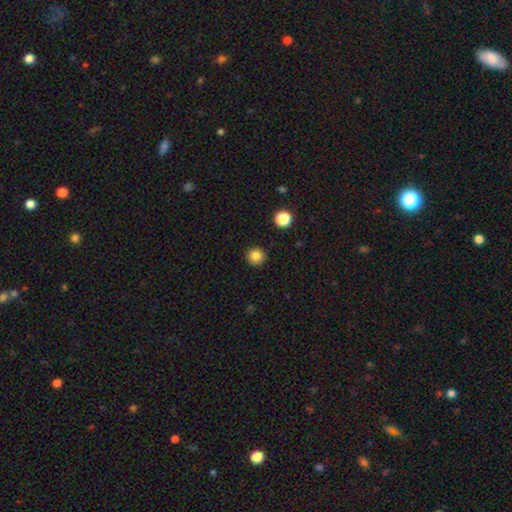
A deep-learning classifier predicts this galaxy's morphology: A smooth galaxy with no disk features (84%) that is round (95%). Merging: none (92%).